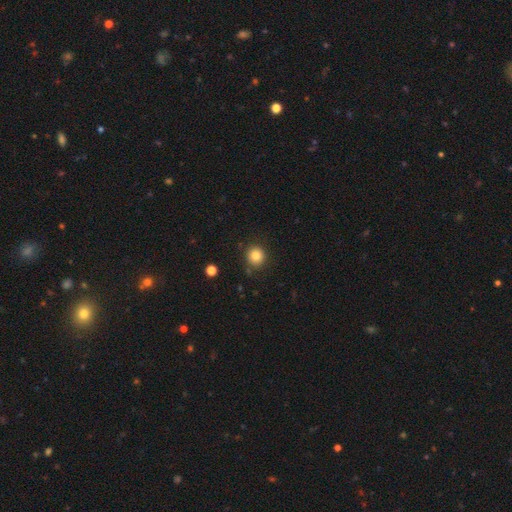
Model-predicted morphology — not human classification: smooth 84%, star or artifact 11%, featured or disk 5%. Down the decision tree: how rounded — round (92%); merging — none (86%).